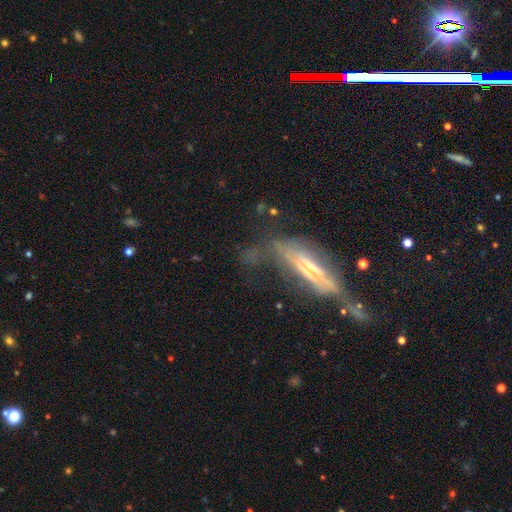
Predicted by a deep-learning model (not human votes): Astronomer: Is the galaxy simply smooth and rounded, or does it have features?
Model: featured or disk — 60%.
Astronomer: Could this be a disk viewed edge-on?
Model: no — 52% (runner-up: yes, 48%).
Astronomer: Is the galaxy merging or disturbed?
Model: none — 38% (runner-up: major disturbance, 30%).